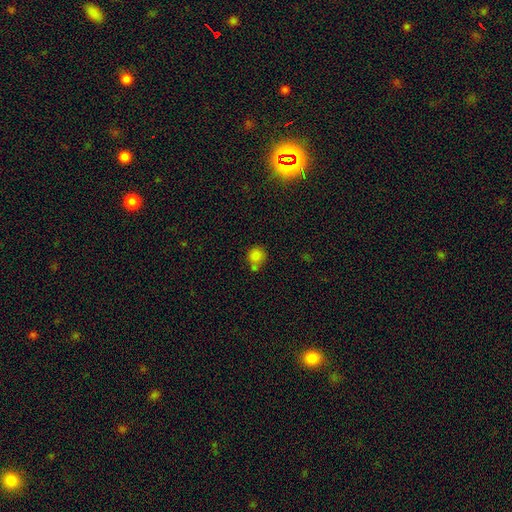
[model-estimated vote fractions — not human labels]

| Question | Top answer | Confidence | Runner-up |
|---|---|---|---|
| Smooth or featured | smooth | 82% | star or artifact (11%) |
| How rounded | round | 88% | in between (11%) |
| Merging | none | 57% | merger (26%) |